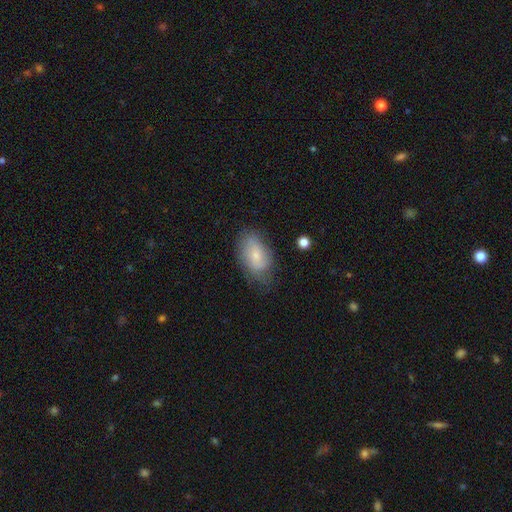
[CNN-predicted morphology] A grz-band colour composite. It shows a smooth galaxy with no disk features (59%) that is in between round and cigar-shaped (90%). Merging: none (64%).